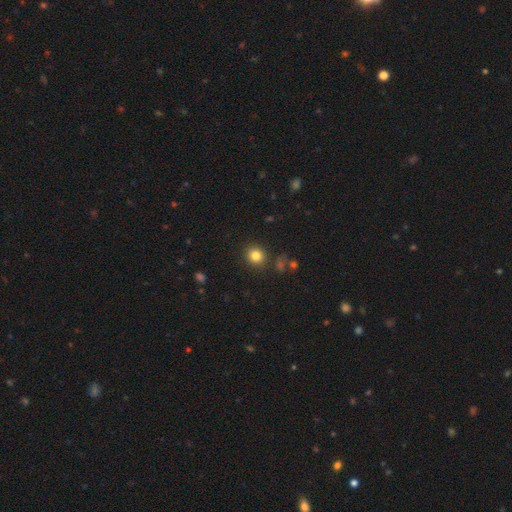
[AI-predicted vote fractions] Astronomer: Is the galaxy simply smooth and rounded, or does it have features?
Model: smooth — 83%.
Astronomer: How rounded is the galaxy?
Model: round — 84%.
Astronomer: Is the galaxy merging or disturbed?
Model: none — 87%.